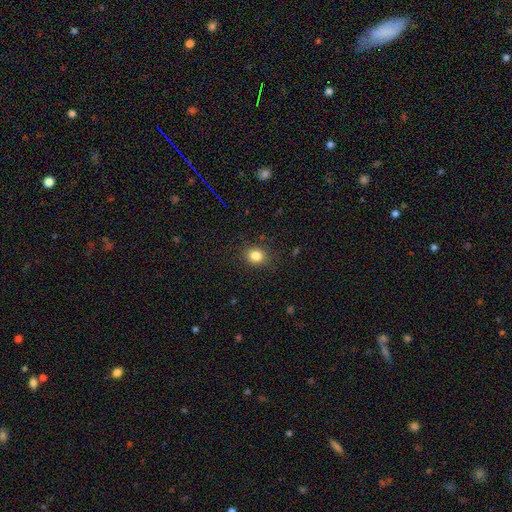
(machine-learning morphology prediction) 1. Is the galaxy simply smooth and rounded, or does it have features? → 83% smooth, 11% star or artifact, 5% featured or disk.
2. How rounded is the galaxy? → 72% round, 27% in between, 1% cigar-shaped.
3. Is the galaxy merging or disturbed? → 88% none, 9% minor disturbance, 3% major disturbance, 1% merger.